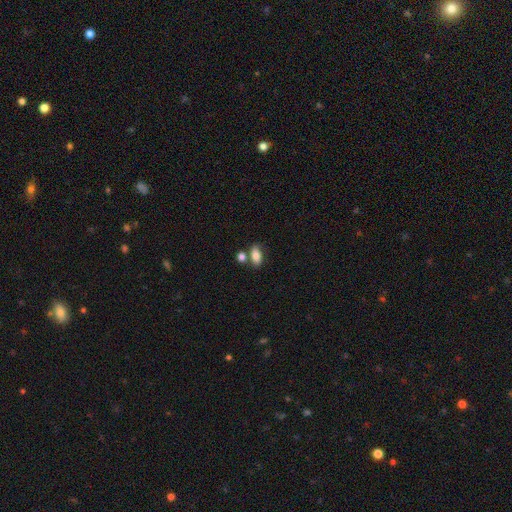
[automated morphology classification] Q: Smooth or featured?
A: smooth (79%); runner-up: featured or disk (12%)
Q: How rounded?
A: in between (86%); runner-up: round (8%)
Q: Merging?
A: none (62%); runner-up: merger (21%)